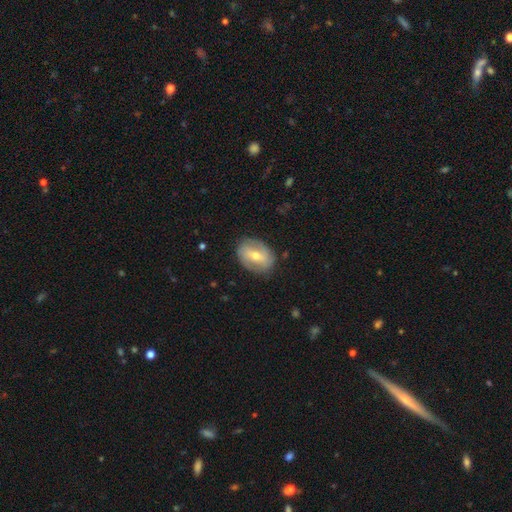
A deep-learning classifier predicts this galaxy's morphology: featured or disk 57%, smooth 35%, star or artifact 7%. Down the decision tree: edge-on disk — no (93%); bar — weak (41%); spiral arms — yes (58%); bulge size — moderate (57%); merging — none (81%).